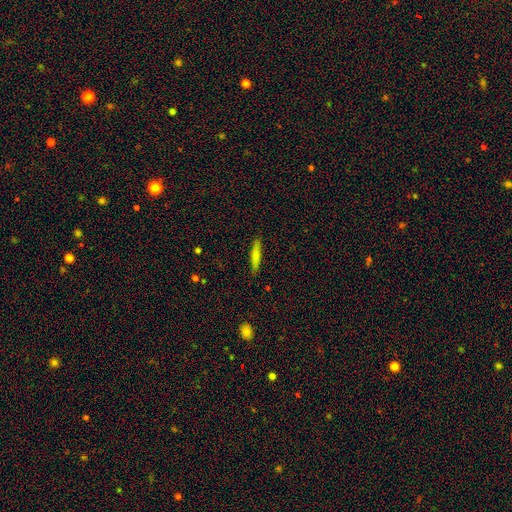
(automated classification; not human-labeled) Q: Smooth or featured?
A: smooth (68%); runner-up: featured or disk (25%)
Q: How rounded?
A: cigar-shaped (89%); runner-up: in between (9%)
Q: Merging?
A: none (89%); runner-up: minor disturbance (8%)